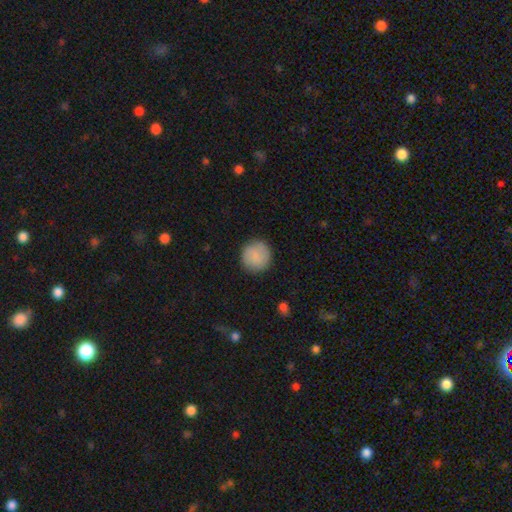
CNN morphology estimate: A smooth galaxy with no disk features (86%) that is round (93%).

Vote fractions:
- Smooth or featured? smooth: 86% / featured or disk: 7% / star or artifact: 7%
- How rounded? round: 93% / in between: 6% / cigar-shaped: 1%
- Merging? none: 88% / minor disturbance: 8% / major disturbance: 2% / merger: 1%